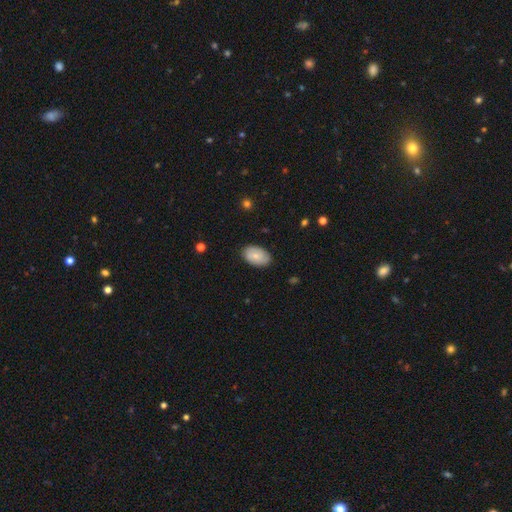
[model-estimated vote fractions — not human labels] smooth 76%, featured or disk 17%, star or artifact 6%. Down the decision tree: how rounded — in between (92%); merging — none (83%).